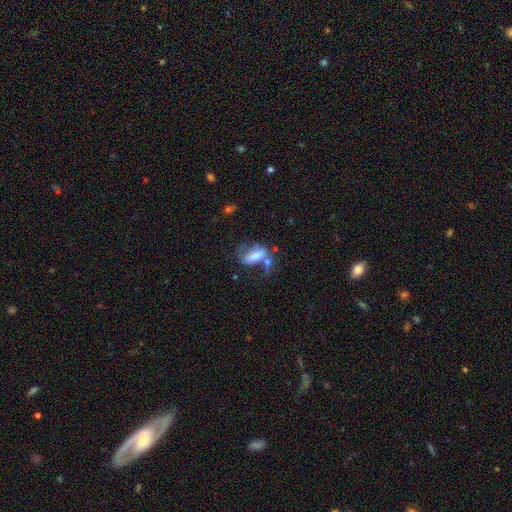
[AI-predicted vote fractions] Q: Smooth or featured?
A: smooth (63%); runner-up: featured or disk (29%)
Q: How rounded?
A: in between (76%); runner-up: cigar-shaped (20%)
Q: Merging?
A: none (32%); runner-up: merger (30%)